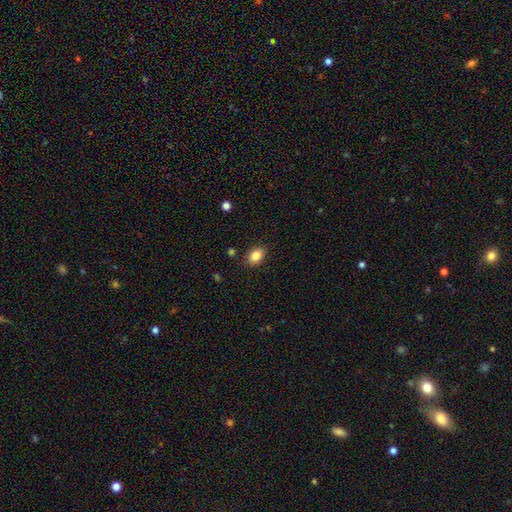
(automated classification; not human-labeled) A smooth galaxy with no disk features (86%) that is in between round and cigar-shaped (77%). Merging: none (85%).